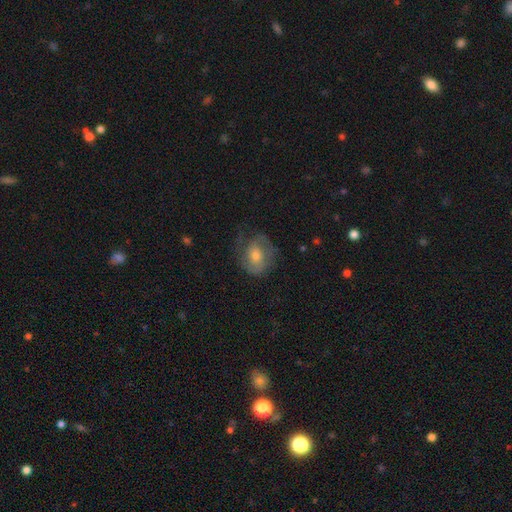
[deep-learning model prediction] Smooth or featured: featured or disk — 62% (smooth — 29%)
Edge-on disk: no — 97% (yes — 3%)
Bar: no — 63% (weak — 30%)
Spiral arms: yes — 85% (no — 15%)
Spiral winding: medium — 44% (tight — 38%)
Spiral arm count: 2 — 67% (can't tell — 17%)
Bulge size: moderate — 61% (small — 23%)
Merging: none — 63% (minor disturbance — 22%)